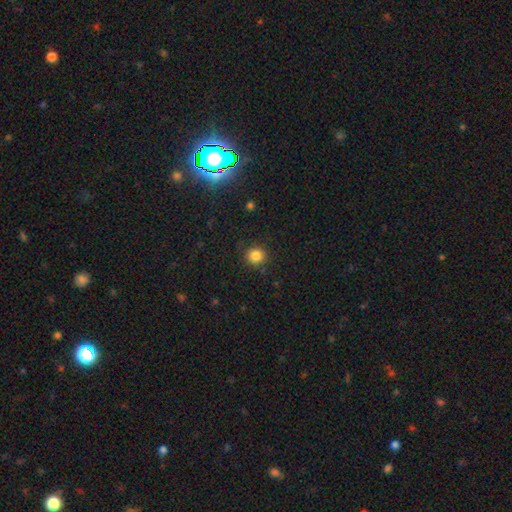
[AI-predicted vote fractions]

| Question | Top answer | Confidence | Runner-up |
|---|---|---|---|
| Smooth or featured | smooth | 83% | star or artifact (12%) |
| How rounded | round | 91% | in between (8%) |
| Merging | none | 89% | minor disturbance (7%) |